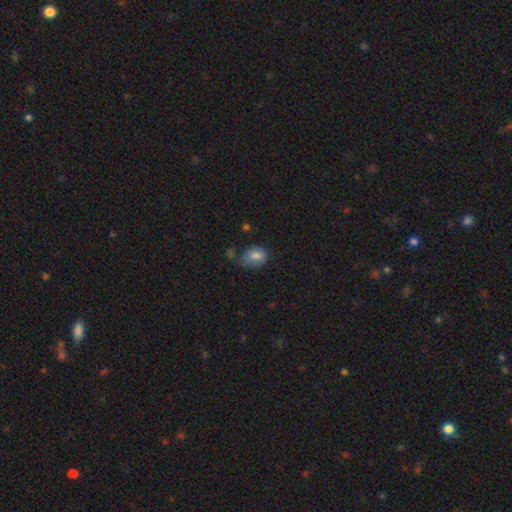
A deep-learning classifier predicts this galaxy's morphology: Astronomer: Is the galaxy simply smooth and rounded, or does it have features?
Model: smooth — 82%.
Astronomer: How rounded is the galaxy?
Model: in between — 59% (runner-up: round, 40%).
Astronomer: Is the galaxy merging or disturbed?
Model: none — 47% (runner-up: minor disturbance, 32%).